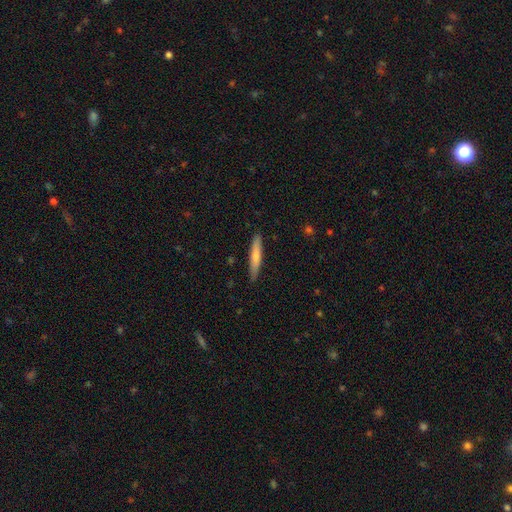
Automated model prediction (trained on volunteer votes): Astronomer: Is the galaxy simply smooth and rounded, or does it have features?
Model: smooth — 67%.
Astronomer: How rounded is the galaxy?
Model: cigar-shaped — 92%.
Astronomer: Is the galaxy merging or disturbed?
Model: none — 87%.